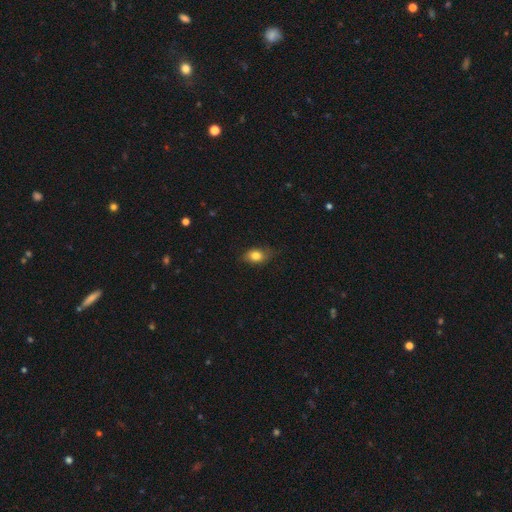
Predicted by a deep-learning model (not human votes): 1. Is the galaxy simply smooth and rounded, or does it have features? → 80% smooth, 11% featured or disk, 9% star or artifact.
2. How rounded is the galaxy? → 74% in between, 24% round, 2% cigar-shaped.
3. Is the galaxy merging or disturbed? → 71% none, 23% minor disturbance, 6% major disturbance, 1% merger.